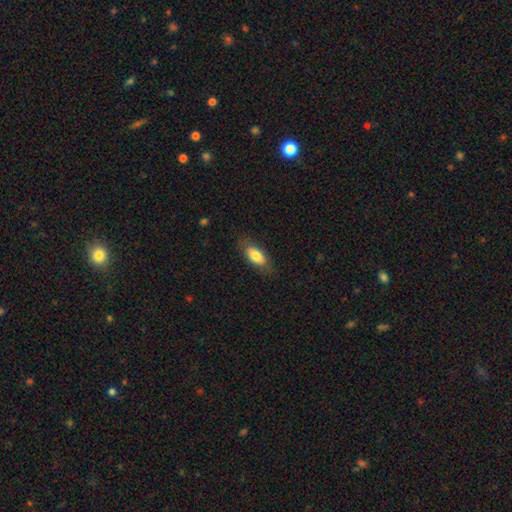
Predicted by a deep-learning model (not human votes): Smooth or featured?
  - smooth: 78% *
  - featured or disk: 16%
  - star or artifact: 7%
How rounded?
  - in between: 85% *
  - cigar-shaped: 12%
  - round: 3%
Merging?
  - none: 79% *
  - minor disturbance: 15%
  - major disturbance: 4%
  - merger: 1%